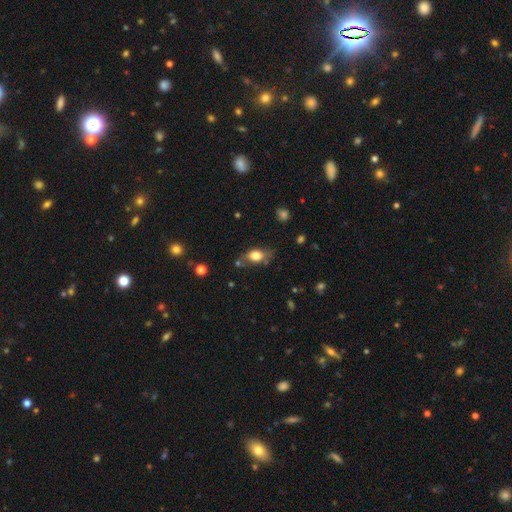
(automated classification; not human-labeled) smooth 74%, featured or disk 18%, star or artifact 8%. Down the decision tree: how rounded — in between (84%); merging — none (65%).